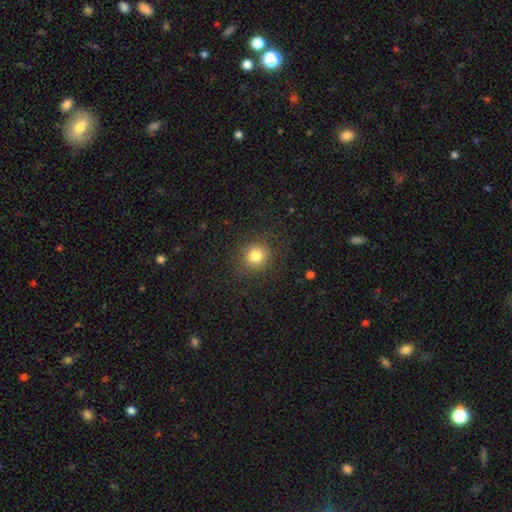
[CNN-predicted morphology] A smooth galaxy with no disk features (81%) that is round (90%). Merging: none (88%).